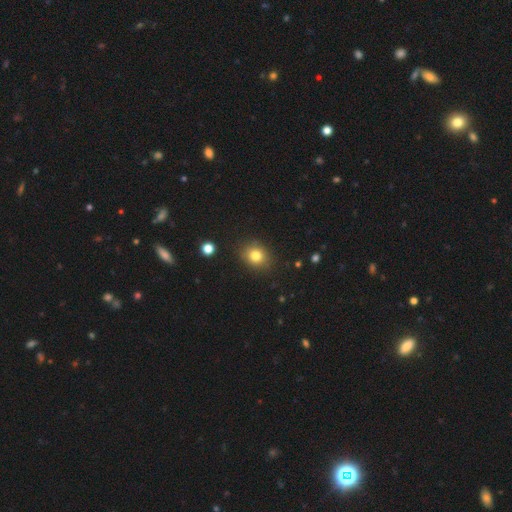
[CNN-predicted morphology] This is likely a smooth galaxy (80%). How rounded: likely round (61%). Merging: clearly none (86%).